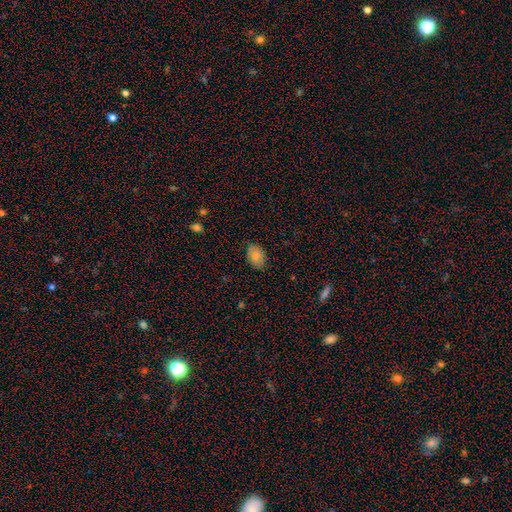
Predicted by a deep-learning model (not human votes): Q: Smooth or featured?
A: smooth (78%); runner-up: featured or disk (14%)
Q: How rounded?
A: in between (82%); runner-up: round (16%)
Q: Merging?
A: none (80%); runner-up: minor disturbance (16%)